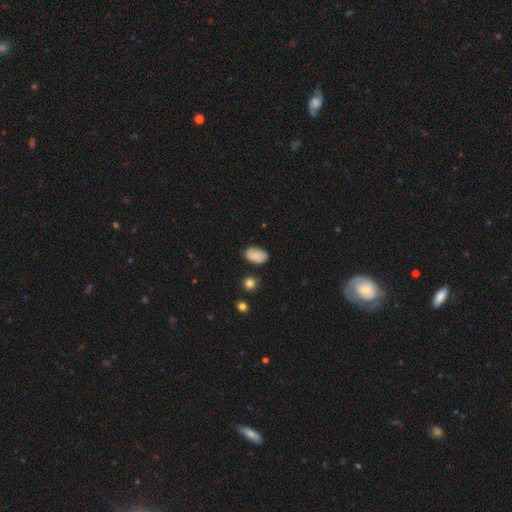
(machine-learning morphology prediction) The model was most divided on "merging": none: 76%, minor disturbance: 18%, major disturbance: 3%, merger: 3%. More confident: how rounded — in between (92%); smooth or featured — smooth (78%).